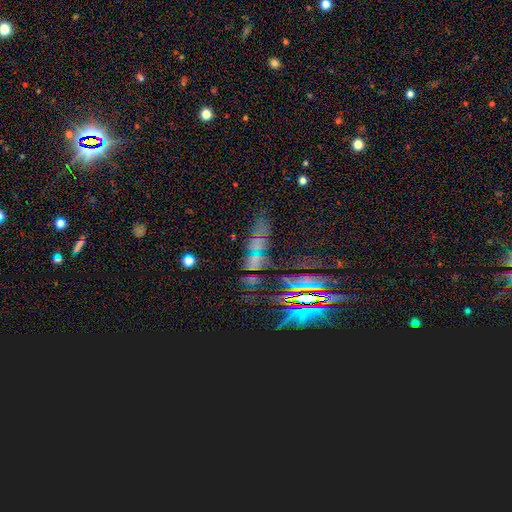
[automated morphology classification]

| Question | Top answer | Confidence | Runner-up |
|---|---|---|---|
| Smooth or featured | star or artifact | 55% | featured or disk (26%) |